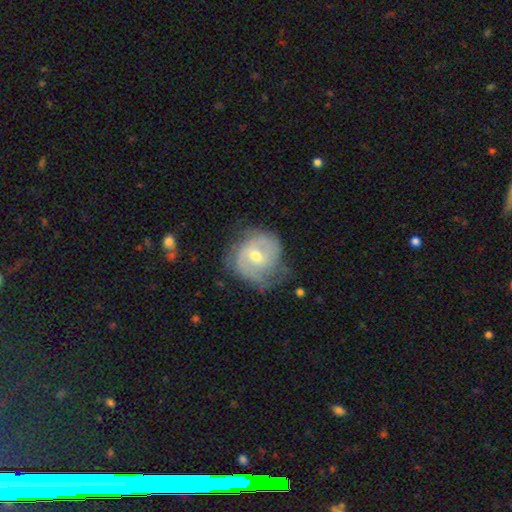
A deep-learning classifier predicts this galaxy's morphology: type=featured or disk (66%); edge-on=no (97%); bar=no (49%); spiral arms=yes (79%); winding=tight (48%); arm count=2 (52%); bulge=moderate (60%); merging=none (54%).